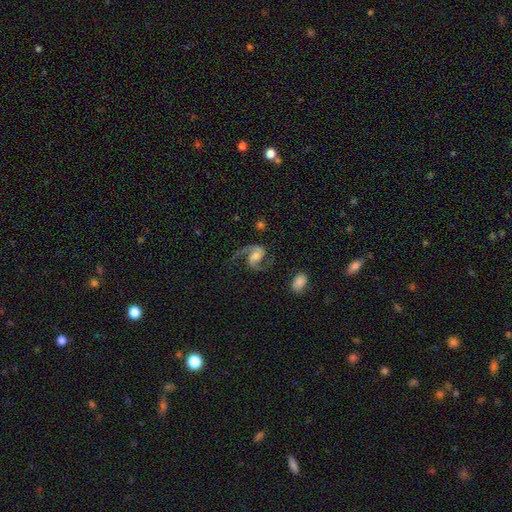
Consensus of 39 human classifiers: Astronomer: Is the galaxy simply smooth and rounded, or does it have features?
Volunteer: featured or disk — 92%.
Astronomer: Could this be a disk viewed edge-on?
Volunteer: no — 100%.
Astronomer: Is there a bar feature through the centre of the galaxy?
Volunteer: weak — 44% (runner-up: strong, 28%).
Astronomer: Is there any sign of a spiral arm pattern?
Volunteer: yes — 100%.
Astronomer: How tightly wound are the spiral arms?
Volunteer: medium — 61%.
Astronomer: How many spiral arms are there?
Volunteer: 2 — 97%.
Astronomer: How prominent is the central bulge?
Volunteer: moderate — 53%.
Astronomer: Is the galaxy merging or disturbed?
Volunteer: none — 81%.